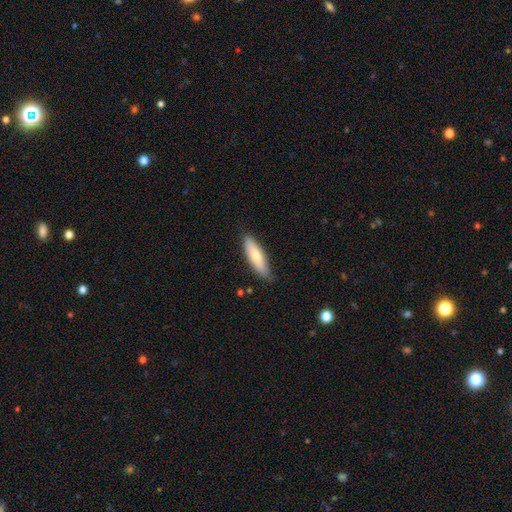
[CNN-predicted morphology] A smooth galaxy with no disk features (70%) that is cigar-shaped (56%). Merging: none (82%).